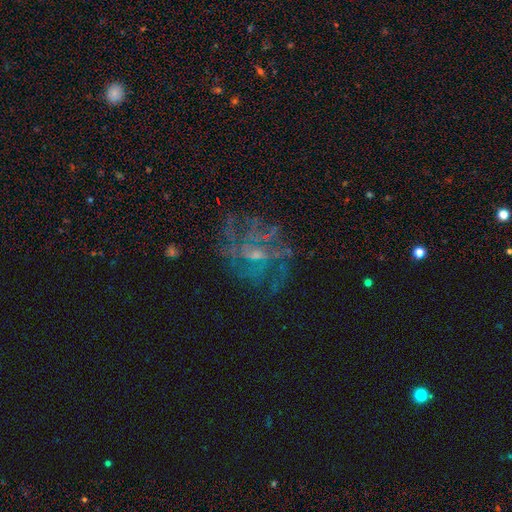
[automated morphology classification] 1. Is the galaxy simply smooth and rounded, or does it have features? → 70% featured or disk, 18% star or artifact, 11% smooth.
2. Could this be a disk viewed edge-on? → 97% no, 3% yes.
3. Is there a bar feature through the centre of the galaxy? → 48% no, 43% weak, 9% strong.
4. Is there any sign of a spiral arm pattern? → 75% yes, 25% no.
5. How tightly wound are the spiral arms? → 39% medium, 36% tight, 25% loose.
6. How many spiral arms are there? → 48% can't tell, 15% 4, 11% 3, 10% 2, 10% more than 4, 6% 1.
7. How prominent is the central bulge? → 61% small, 25% moderate, 12% none, 1% large, 1% dominant.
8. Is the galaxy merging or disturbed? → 68% none, 15% minor disturbance, 15% major disturbance, 2% merger.